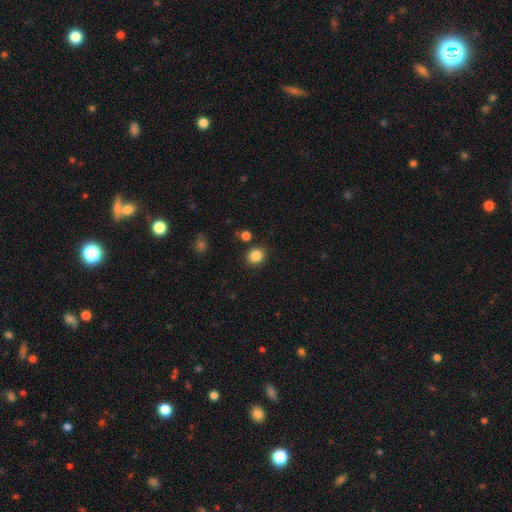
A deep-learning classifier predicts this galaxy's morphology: This is clearly a smooth galaxy (85%). How rounded: likely round (76%). Merging: clearly none (86%).